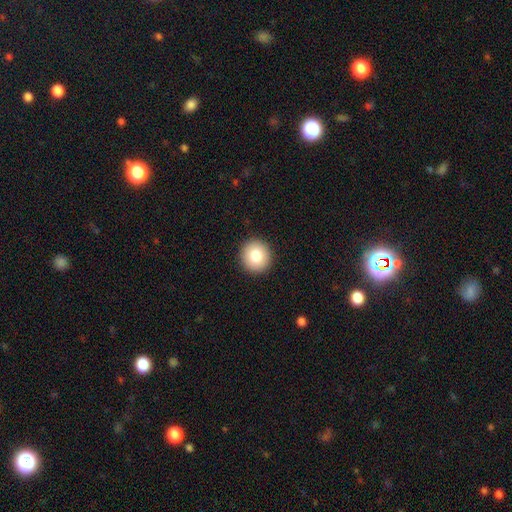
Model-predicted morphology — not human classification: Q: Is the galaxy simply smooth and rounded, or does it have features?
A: smooth — 80%.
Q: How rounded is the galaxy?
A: round — 92%.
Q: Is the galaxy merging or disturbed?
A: none — 93%.